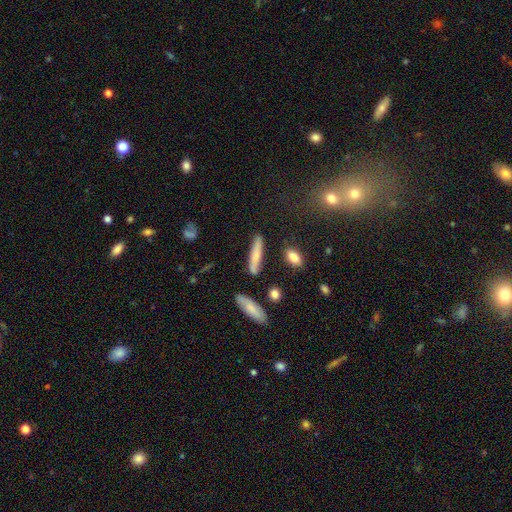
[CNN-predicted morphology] Smooth or featured?
  - smooth: 68% *
  - featured or disk: 24%
  - star or artifact: 8%
How rounded?
  - cigar-shaped: 85% *
  - in between: 12%
  - round: 2%
Merging?
  - none: 80% *
  - minor disturbance: 13%
  - merger: 4%
  - major disturbance: 3%